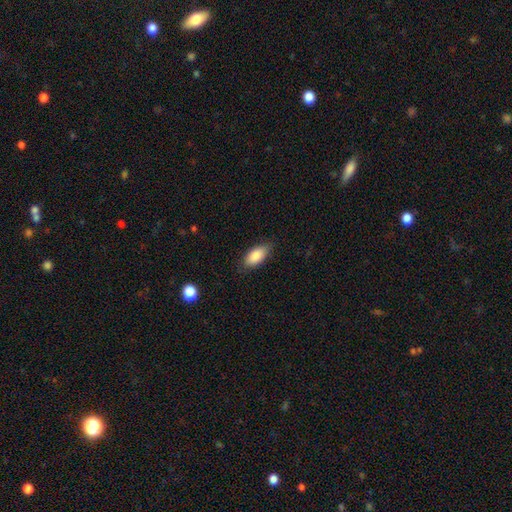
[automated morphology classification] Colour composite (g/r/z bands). It shows a smooth galaxy with no disk features (86%) that is in between round and cigar-shaped (91%). Merging: none (81%).